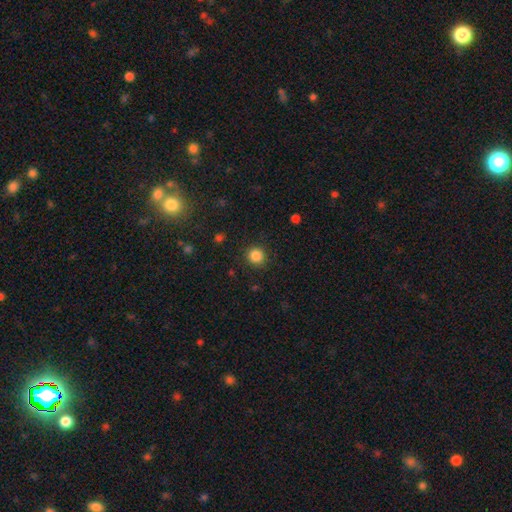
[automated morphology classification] smooth 85%, star or artifact 11%, featured or disk 3%. Down the decision tree: how rounded — round (93%); merging — none (90%).